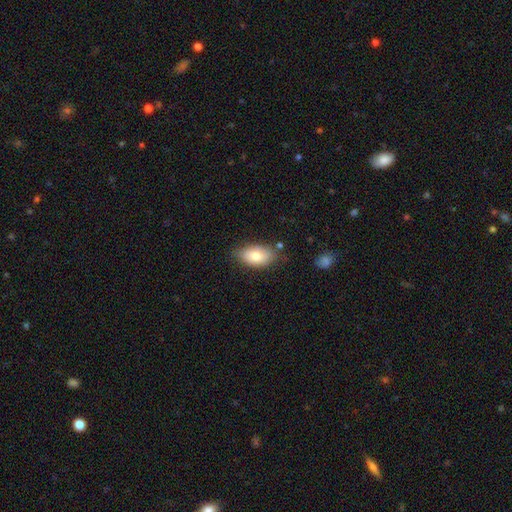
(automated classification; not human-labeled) Overall: smooth (78%). How rounded: in between (91%). Merging: none (73%).